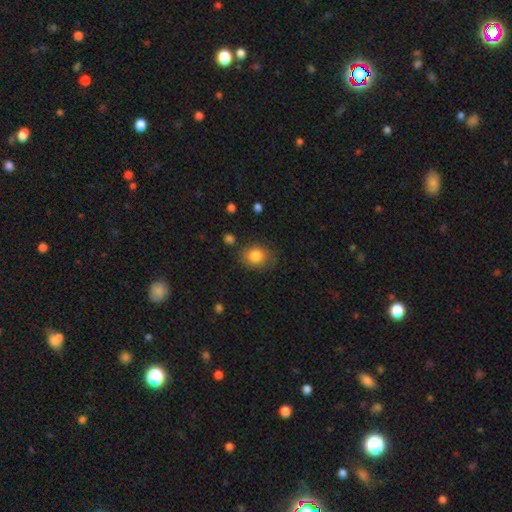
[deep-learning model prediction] A smooth galaxy with no disk features (83%) that is round (52%). Merging: none (78%).